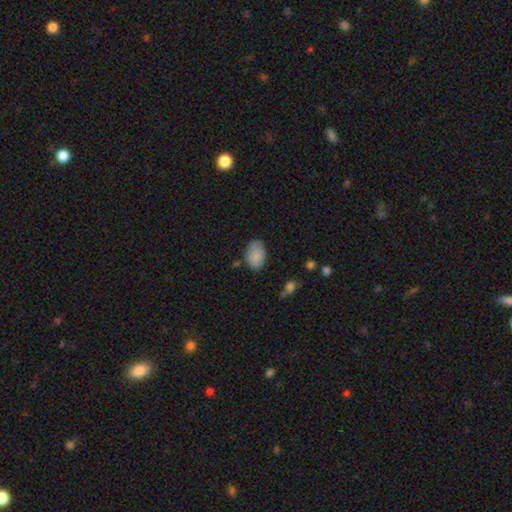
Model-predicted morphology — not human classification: A smooth galaxy with no disk features (85%) that is in between round and cigar-shaped (90%). Merging: none (74%).